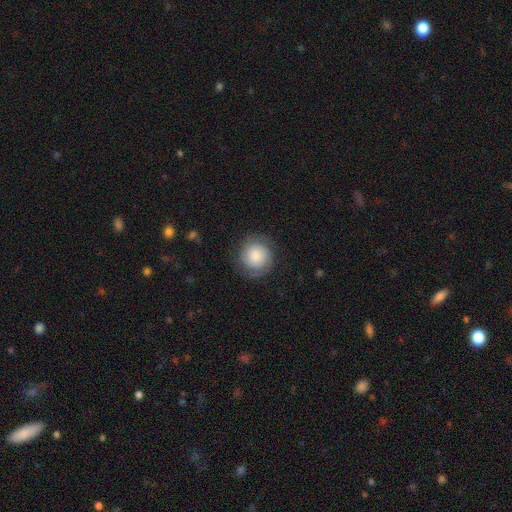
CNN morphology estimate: Smooth or featured? Predicted: smooth (p=0.65). How rounded? Predicted: round (p=0.91). Merging? Predicted: none (p=0.79).